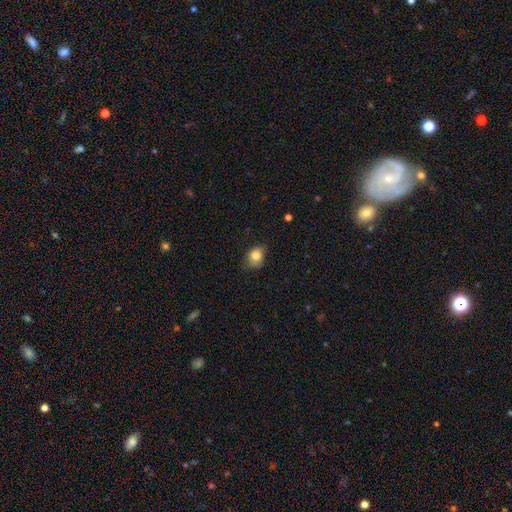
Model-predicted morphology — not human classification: smooth-or-featured: smooth: 83% | star or artifact: 10% | featured or disk: 8%
  how-rounded: round: 50% | in between: 49% | cigar-shaped: 1%
  merging: none: 68% | minor disturbance: 26% | major disturbance: 5% | merger: 1%